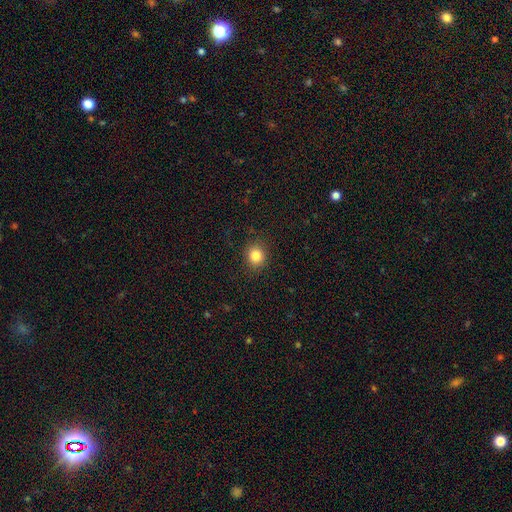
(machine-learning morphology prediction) The model was most divided on "how rounded": round: 83%, in between: 16%, cigar-shaped: 1%. More confident: merging — none (89%); smooth or featured — smooth (83%).